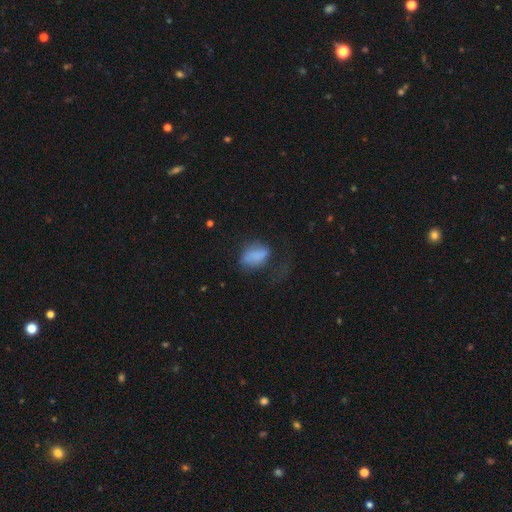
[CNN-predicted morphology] Q: Smooth or featured?
A: smooth (70%); runner-up: featured or disk (19%)
Q: How rounded?
A: in between (83%); runner-up: round (15%)
Q: Merging?
A: major disturbance (36%); runner-up: none (34%)